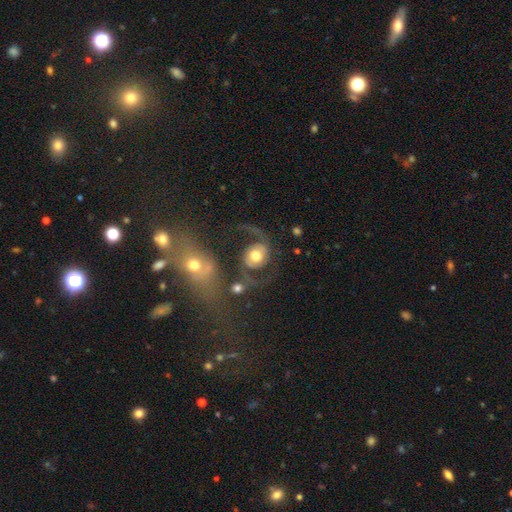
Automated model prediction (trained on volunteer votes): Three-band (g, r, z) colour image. It shows a featured or disk galaxy (64%) with no bar (70%), 2 (82%) loose (62%) spiral arms (81%) and a moderate central bulge (52%). Merging: none (44%).